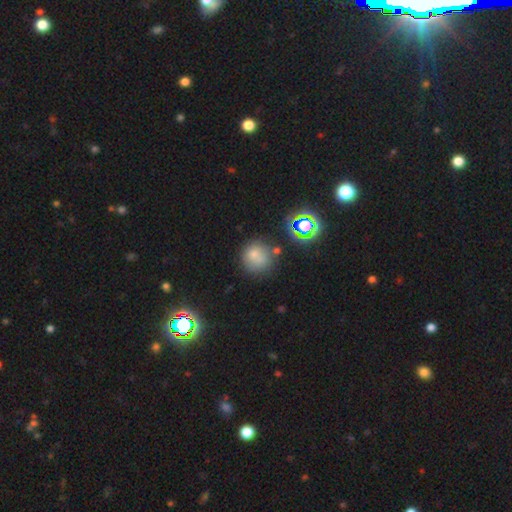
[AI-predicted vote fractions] Overall: smooth (71%). How rounded: round (90%). Merging: none (63%).